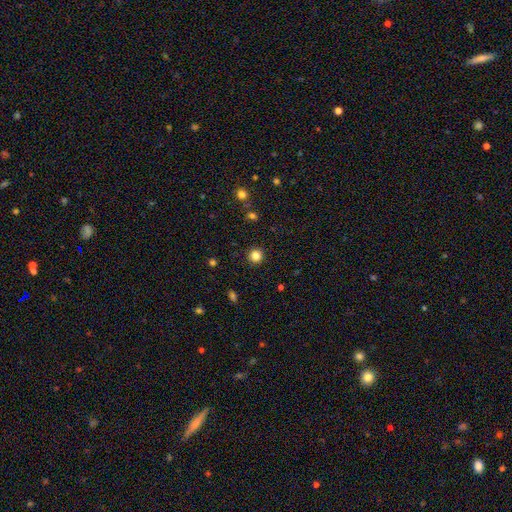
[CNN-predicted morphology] Smooth or featured: smooth — 83% (star or artifact — 12%)
How rounded: round — 95% (in between — 4%)
Merging: none — 92% (minor disturbance — 5%)